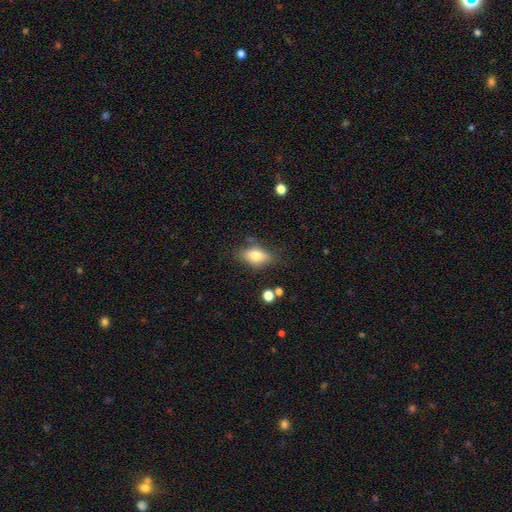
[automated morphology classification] smooth 73%, featured or disk 18%, star or artifact 9%. Down the decision tree: how rounded — in between (84%); merging — none (73%).